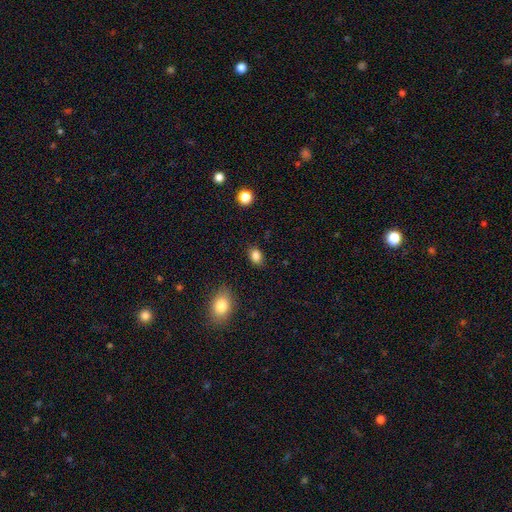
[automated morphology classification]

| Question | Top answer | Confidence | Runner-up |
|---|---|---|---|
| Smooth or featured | smooth | 85% | star or artifact (10%) |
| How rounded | in between | 73% | round (26%) |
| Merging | none | 85% | minor disturbance (11%) |